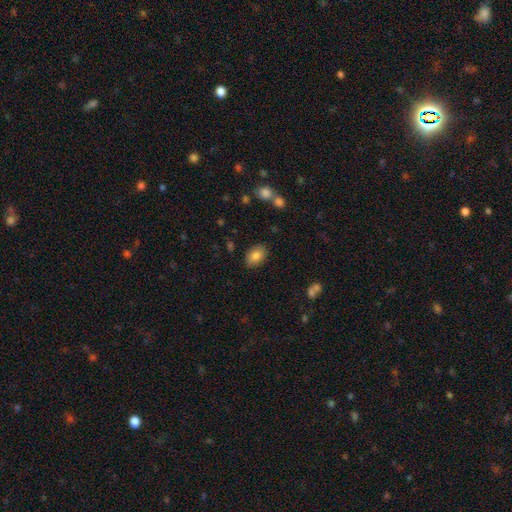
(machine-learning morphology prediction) Smooth or featured? smooth (82%)
How rounded? in between (83%)
Merging? none (85%)